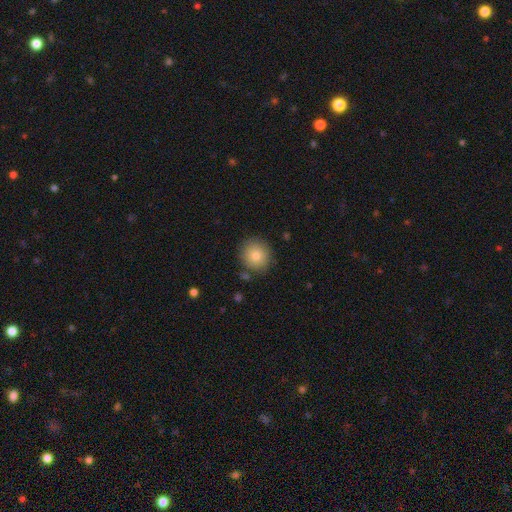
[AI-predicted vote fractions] smooth 81%, star or artifact 10%, featured or disk 9%. Down the decision tree: how rounded — round (92%); merging — none (86%).